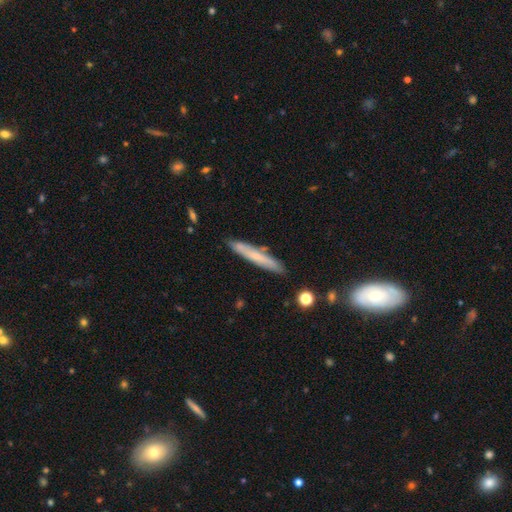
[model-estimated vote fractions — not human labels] smooth 57%, featured or disk 36%, star or artifact 7%. Down the decision tree: how rounded — cigar-shaped (94%); merging — none (85%).